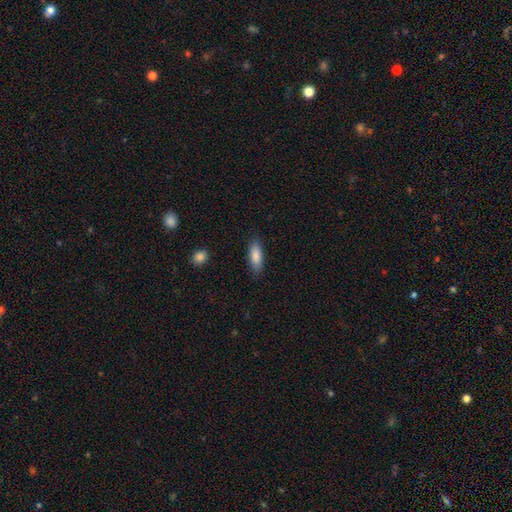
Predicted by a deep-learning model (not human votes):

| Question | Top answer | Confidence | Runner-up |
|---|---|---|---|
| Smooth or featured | smooth | 86% | featured or disk (8%) |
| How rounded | in between | 68% | cigar-shaped (30%) |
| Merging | none | 85% | minor disturbance (12%) |